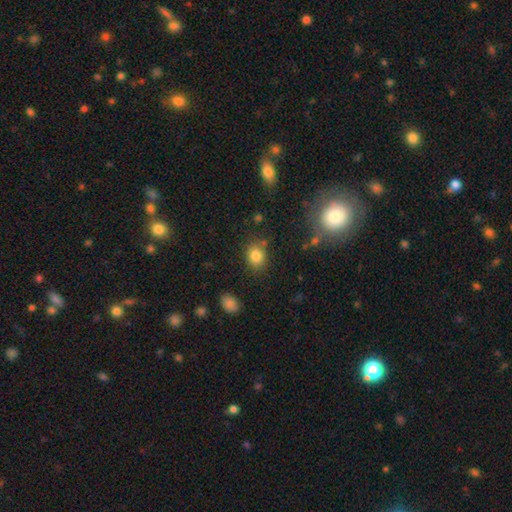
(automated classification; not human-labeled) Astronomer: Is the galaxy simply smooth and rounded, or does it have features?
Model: smooth — 83%.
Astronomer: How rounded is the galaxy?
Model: round — 57% (runner-up: in between, 42%).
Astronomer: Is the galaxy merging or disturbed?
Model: none — 79%.